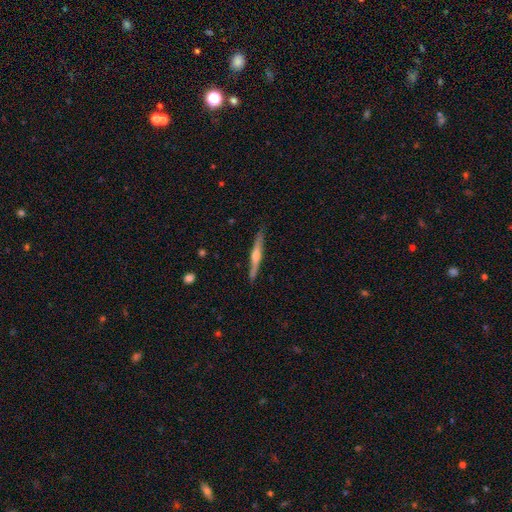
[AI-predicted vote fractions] Q: Smooth or featured?
A: featured or disk (71%); runner-up: smooth (23%)
Q: Edge-on disk?
A: yes (98%); runner-up: no (2%)
Q: Edge-on bulge?
A: rounded (85%); runner-up: none (8%)
Q: Merging?
A: none (89%); runner-up: minor disturbance (8%)